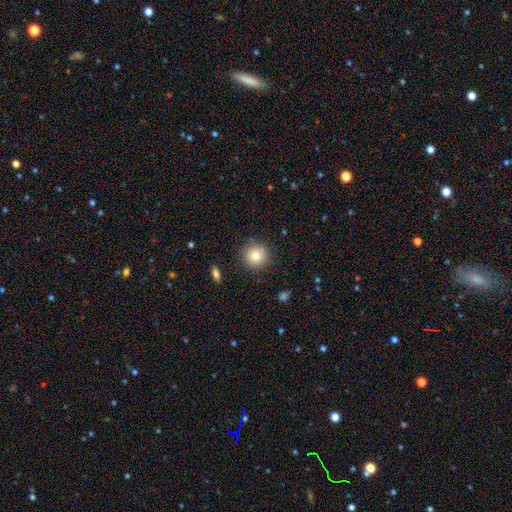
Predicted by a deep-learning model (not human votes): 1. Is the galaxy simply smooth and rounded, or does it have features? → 79% smooth, 11% star or artifact, 10% featured or disk.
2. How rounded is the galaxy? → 94% round, 5% in between, 1% cigar-shaped.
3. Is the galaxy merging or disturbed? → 87% none, 8% minor disturbance, 2% major disturbance, 2% merger.